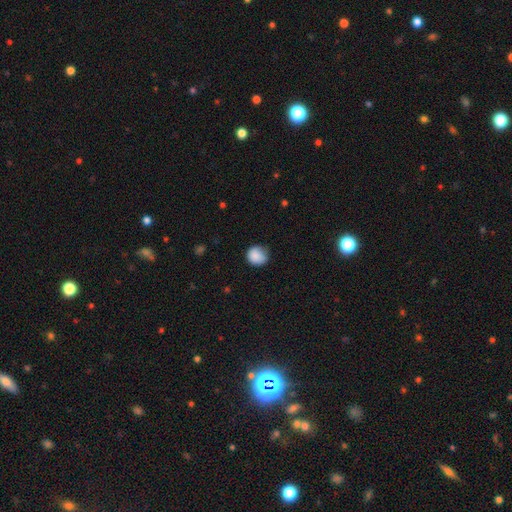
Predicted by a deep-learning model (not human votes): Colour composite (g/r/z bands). It shows a smooth galaxy with no disk features (86%) that is round (87%). Merging: none (71%).